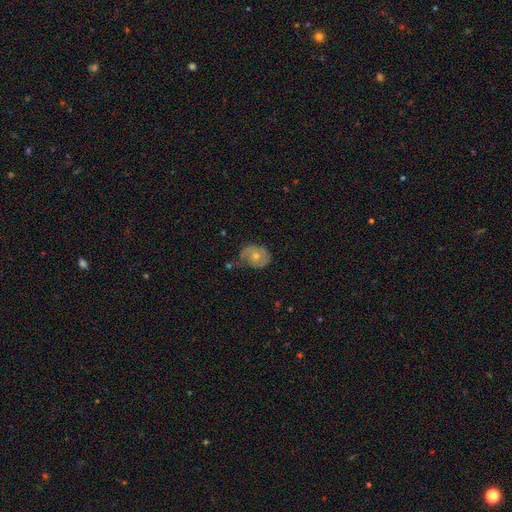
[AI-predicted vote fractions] featured or disk 51%, smooth 41%, star or artifact 7%. Down the decision tree: edge-on disk — no (97%); merging — none (42%).